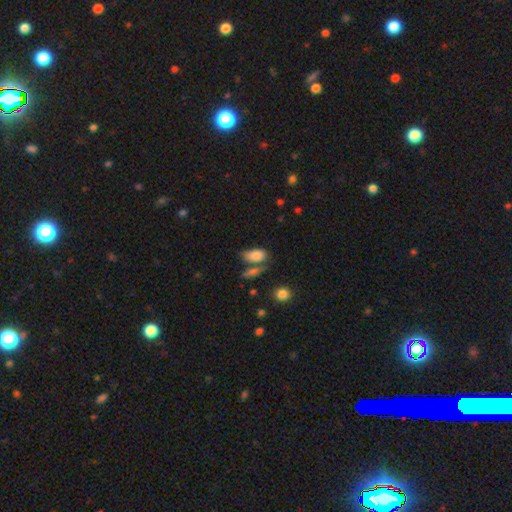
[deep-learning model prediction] A smooth galaxy with no disk features (83%) that is in between round and cigar-shaped (89%). Merging: none (47%).